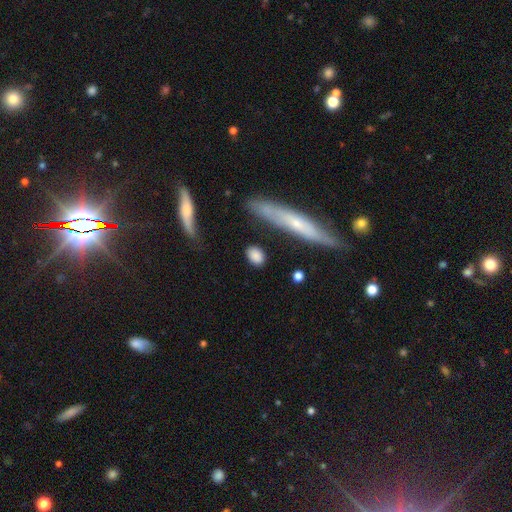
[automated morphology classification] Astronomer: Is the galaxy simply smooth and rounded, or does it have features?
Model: smooth — 85%.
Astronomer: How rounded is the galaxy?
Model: in between — 61%.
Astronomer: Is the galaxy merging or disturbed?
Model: none — 82%.